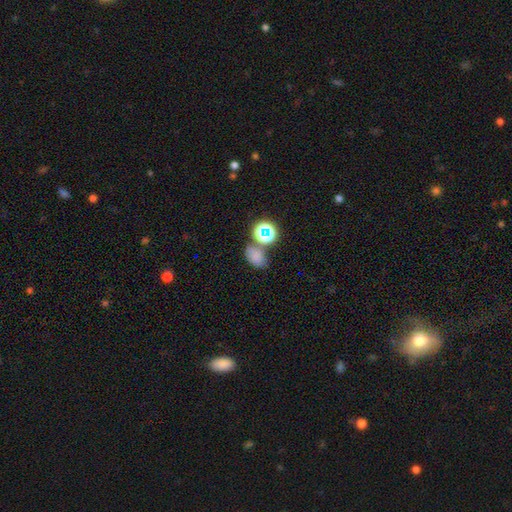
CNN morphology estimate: smooth 66%, star or artifact 24%, featured or disk 10%. Down the decision tree: how rounded — in between (73%); merging — none (53%).